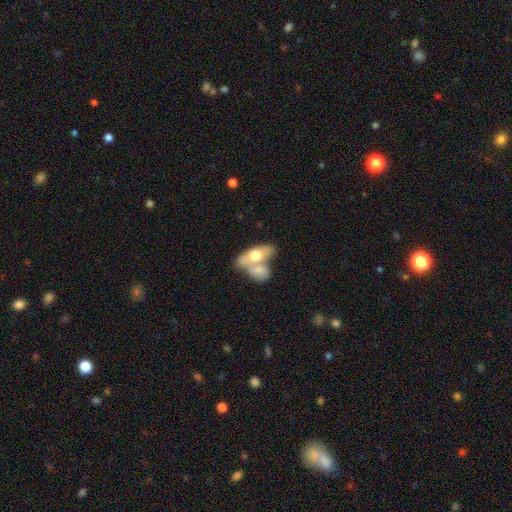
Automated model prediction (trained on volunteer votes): Smooth or featured: smooth — 59% (featured or disk — 35%)
How rounded: in between — 84% (round — 9%)
Merging: merger — 69% (none — 17%)